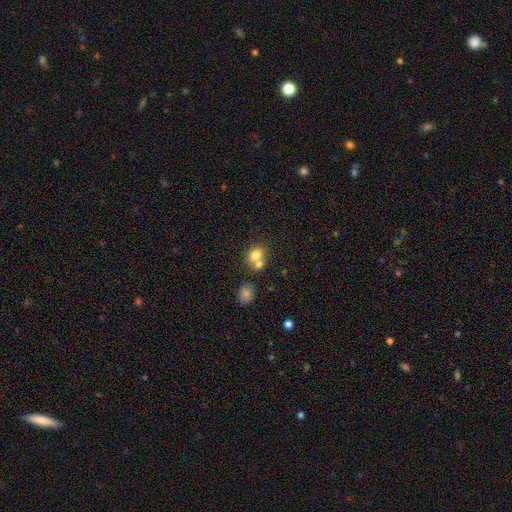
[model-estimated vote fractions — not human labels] A smooth galaxy with no disk features (77%) that is round (57%).

Vote fractions:
- Smooth or featured? smooth: 77% / featured or disk: 12% / star or artifact: 11%
- How rounded? round: 57% / in between: 42% / cigar-shaped: 1%
- Merging? merger: 49% / none: 39% / minor disturbance: 8% / major disturbance: 3%